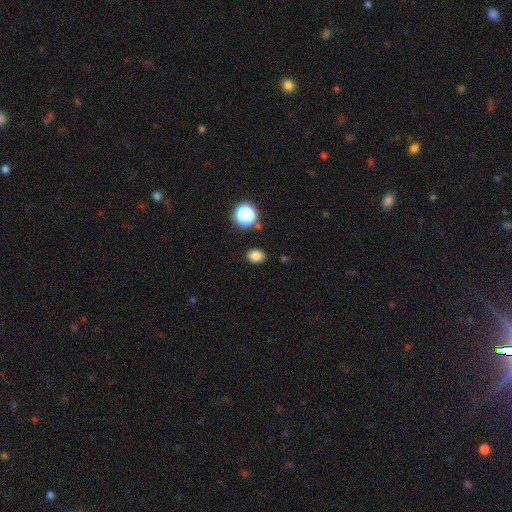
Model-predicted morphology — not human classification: A smooth galaxy with no disk features (82%) that is in between round and cigar-shaped (56%). Merging: none (86%).